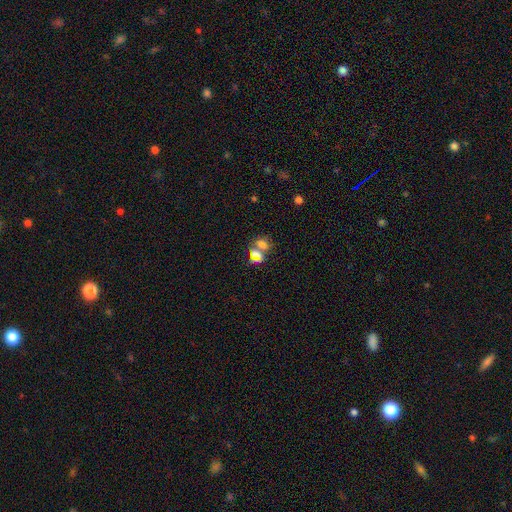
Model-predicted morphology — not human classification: A smooth galaxy with no disk features (54%) that is in between round and cigar-shaped (53%). Merging: merger (43%).